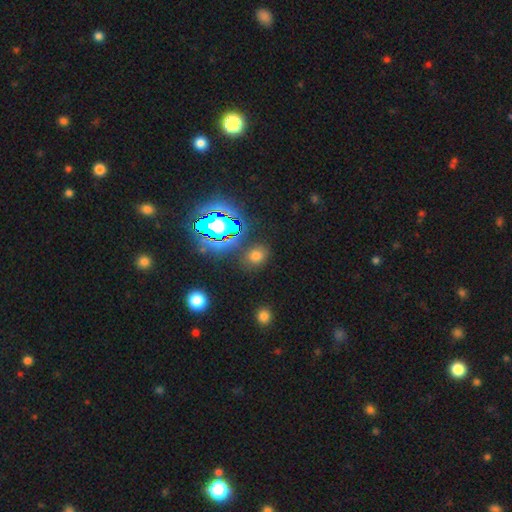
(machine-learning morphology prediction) This is likely a smooth galaxy (62%). How rounded: possibly round (54%). Merging: clearly none (83%).